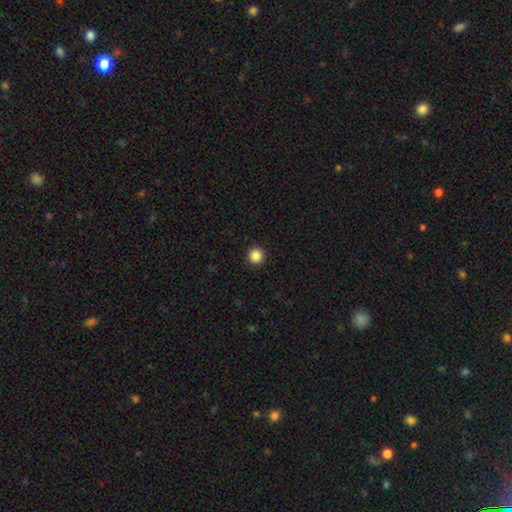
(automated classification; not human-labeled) This appears to be a smooth galaxy with no disk features (87%) that is round (96%). Merging: none (94%).